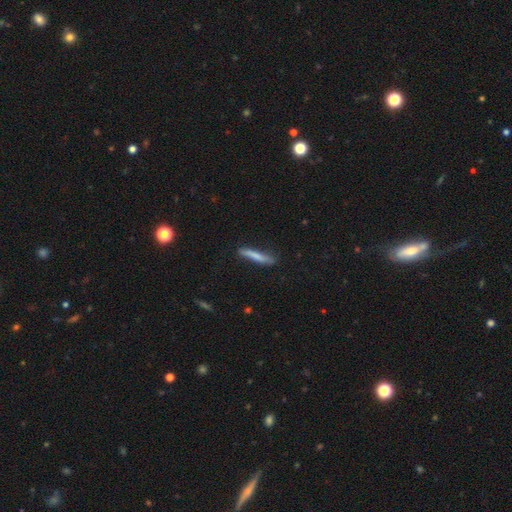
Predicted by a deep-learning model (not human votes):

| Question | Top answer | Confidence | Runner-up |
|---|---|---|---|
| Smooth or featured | smooth | 71% | featured or disk (23%) |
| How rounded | cigar-shaped | 92% | in between (6%) |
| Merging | none | 76% | minor disturbance (18%) |